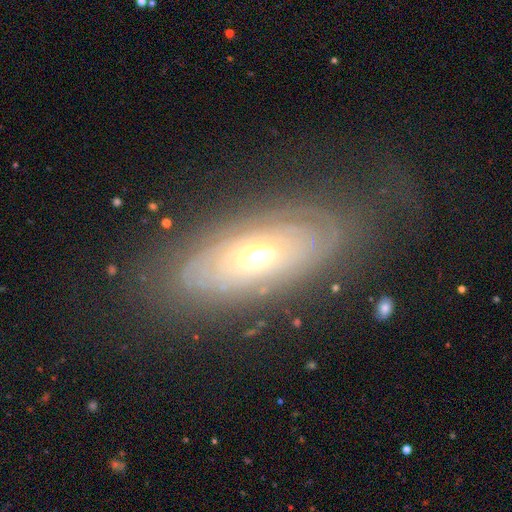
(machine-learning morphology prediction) Smooth or featured: featured or disk — 72% (smooth — 20%)
Edge-on disk: no — 83% (yes — 17%)
Bar: no — 82% (weak — 14%)
Spiral arms: yes — 67% (no — 33%)
Bulge size: moderate — 65% (small — 25%)
Merging: none — 73% (minor disturbance — 17%)